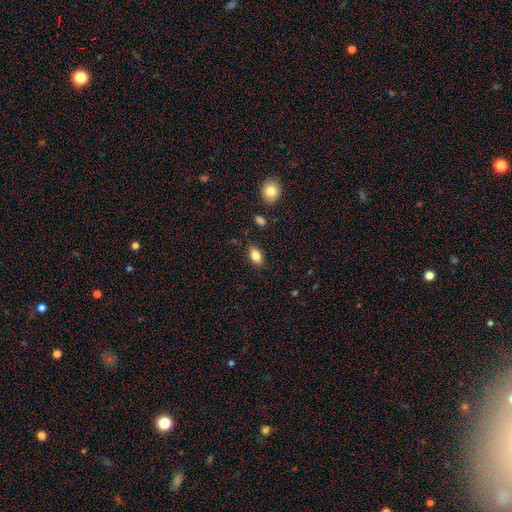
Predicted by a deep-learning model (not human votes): smooth_or_featured: smooth (p=0.83) [alt: star or artifact p=0.09]
how_rounded: in between (p=0.86) [alt: round p=0.12]
merging: none (p=0.85) [alt: minor disturbance p=0.11]